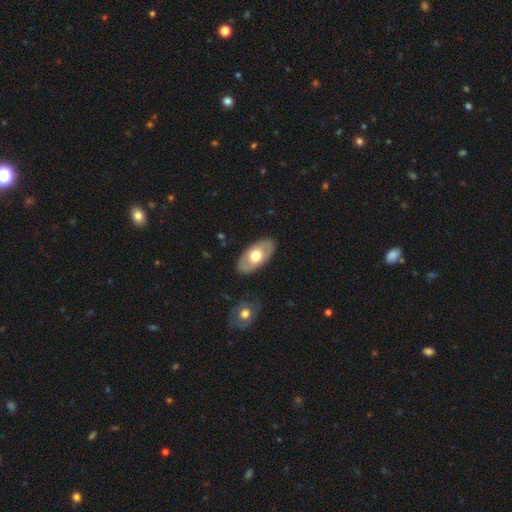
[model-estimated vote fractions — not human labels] The model was most divided on "smooth or featured": smooth: 54%, featured or disk: 41%, star or artifact: 5%. More confident: how rounded — in between (93%); merging — none (86%).